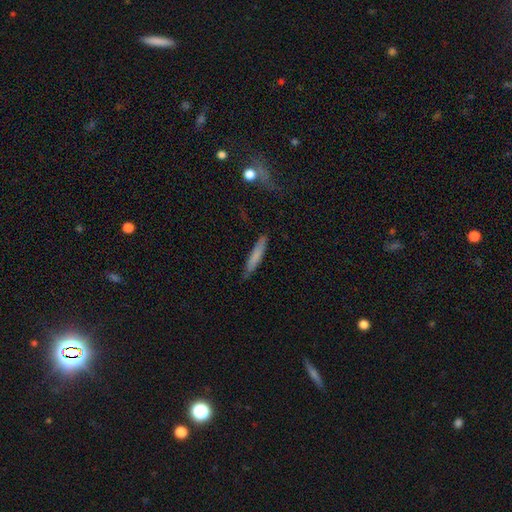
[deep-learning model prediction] This appears to be a smooth galaxy with no disk features (73%) that is cigar-shaped (92%). Merging: none (82%).